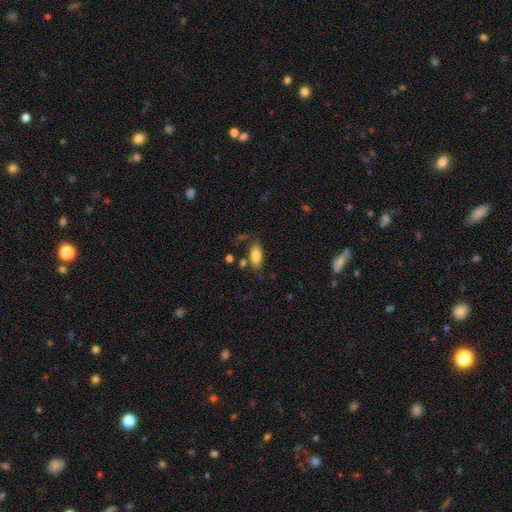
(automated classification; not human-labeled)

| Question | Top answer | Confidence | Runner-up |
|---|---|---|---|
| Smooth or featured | smooth | 81% | featured or disk (12%) |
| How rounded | in between | 87% | cigar-shaped (10%) |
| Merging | none | 69% | minor disturbance (17%) |